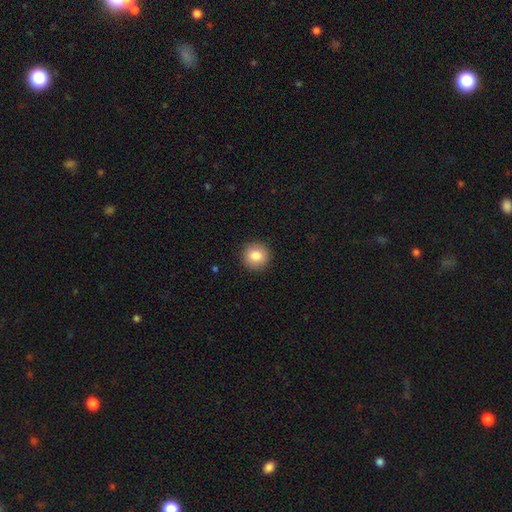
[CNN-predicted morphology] smooth_or_featured: smooth (p=0.82) [alt: star or artifact p=0.09]
how_rounded: round (p=0.94) [alt: in between p=0.05]
merging: none (p=0.92) [alt: minor disturbance p=0.05]